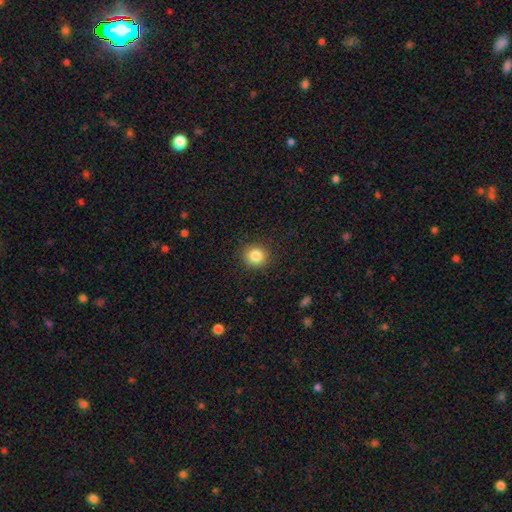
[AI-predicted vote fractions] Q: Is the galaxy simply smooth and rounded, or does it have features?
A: smooth — 84%.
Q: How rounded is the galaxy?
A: round — 90%.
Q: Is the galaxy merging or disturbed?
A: none — 91%.